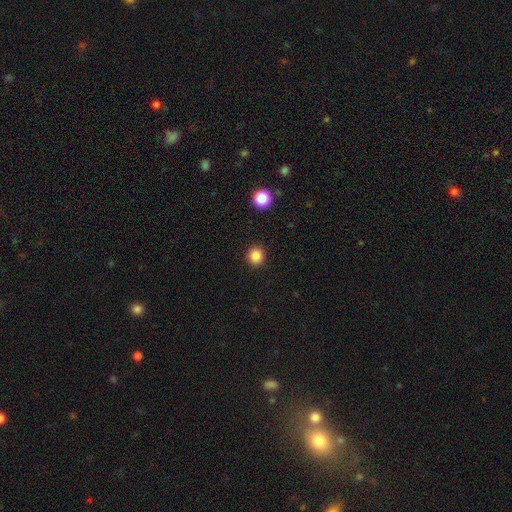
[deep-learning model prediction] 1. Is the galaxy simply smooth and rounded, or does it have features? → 84% smooth, 12% star or artifact, 4% featured or disk.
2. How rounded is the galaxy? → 94% round, 5% in between, 1% cigar-shaped.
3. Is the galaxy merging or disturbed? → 92% none, 5% minor disturbance, 2% major disturbance, 1% merger.